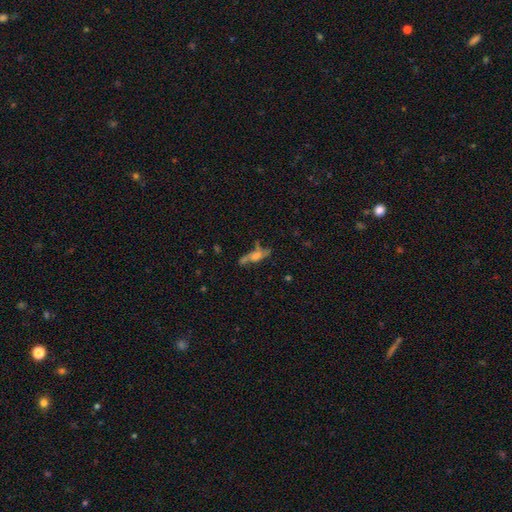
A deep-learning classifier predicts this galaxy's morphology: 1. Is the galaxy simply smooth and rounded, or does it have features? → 54% featured or disk, 31% smooth, 15% star or artifact.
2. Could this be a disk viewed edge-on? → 59% yes, 41% no.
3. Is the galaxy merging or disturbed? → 54% none, 21% minor disturbance, 15% major disturbance, 10% merger.